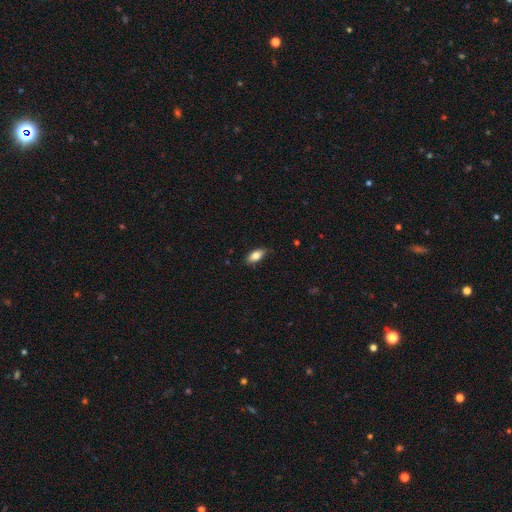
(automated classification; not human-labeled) This is likely a smooth galaxy (79%). How rounded: clearly in between (88%). Merging: clearly none (82%).